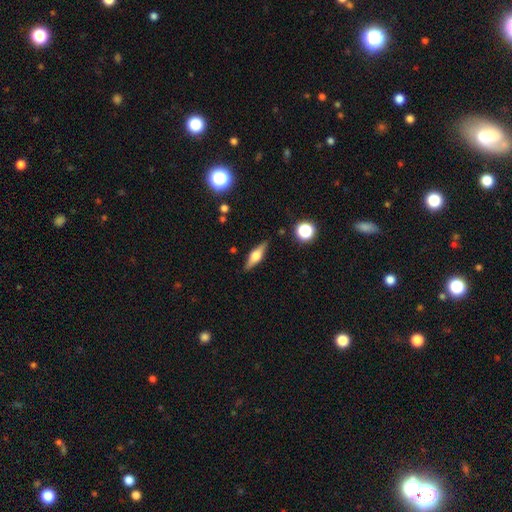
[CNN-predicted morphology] A featured or disk galaxy (62%) viewed edge-on (95%) with a rounded central bulge (90%). Merging: none (87%).